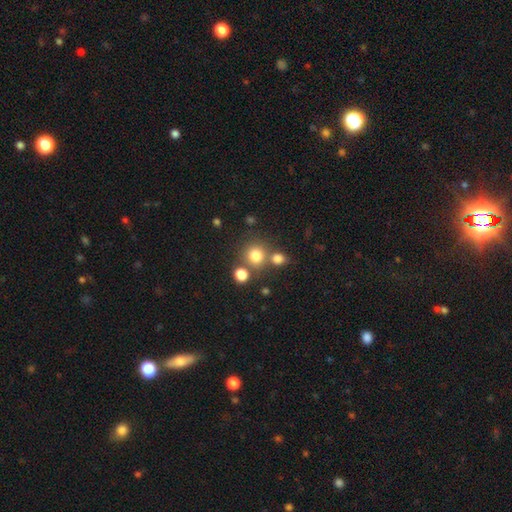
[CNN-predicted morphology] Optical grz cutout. It shows a smooth galaxy with no disk features (77%) that is round (89%). Merging: none (68%).